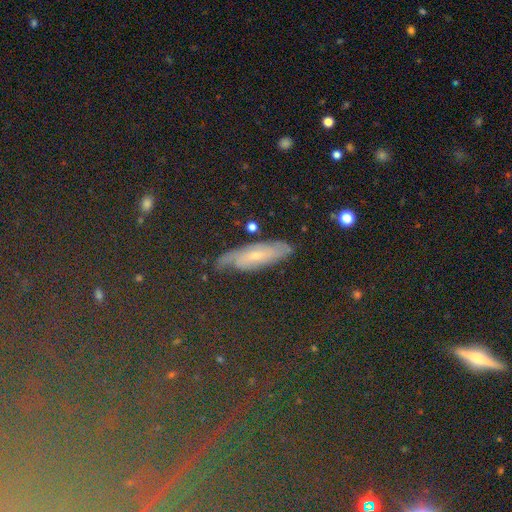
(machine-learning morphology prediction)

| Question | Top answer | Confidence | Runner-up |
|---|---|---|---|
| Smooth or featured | smooth | 34% | tied: star or artifact (34%) |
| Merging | none | 79% | minor disturbance (14%) |